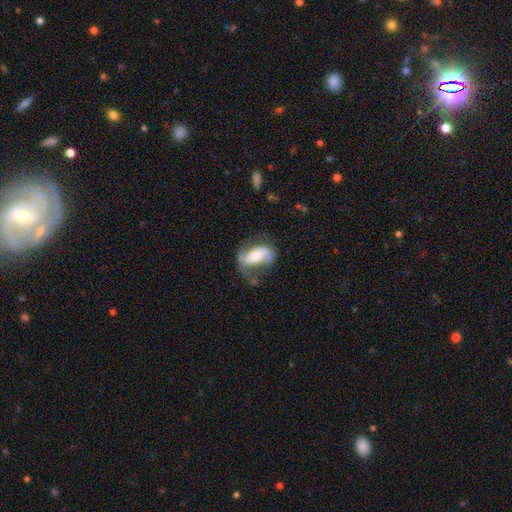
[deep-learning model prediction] Overall: featured or disk (63%; smooth 31%). Edge-on disk: no (92%). Bar: strong (37%; no 36%). Spiral arms: yes (72%). Bulge size: moderate (62%; small 27%). Merging: none (49%; minor disturbance 27%).